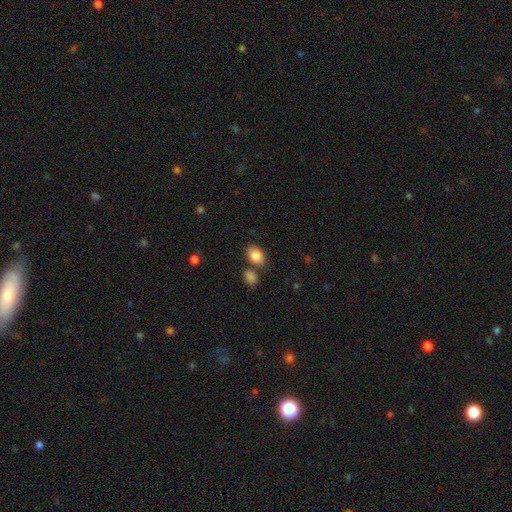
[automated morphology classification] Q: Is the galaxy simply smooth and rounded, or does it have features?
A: smooth — 86%.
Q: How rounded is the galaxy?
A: in between — 81%.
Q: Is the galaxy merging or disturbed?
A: none — 68%.